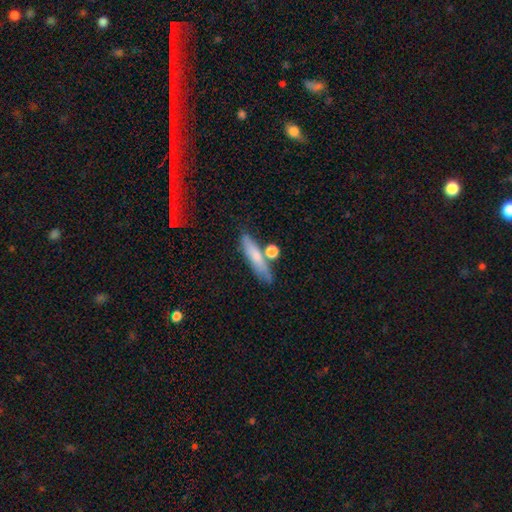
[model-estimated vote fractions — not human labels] smooth_or_featured: smooth (p=0.70) [alt: featured or disk p=0.23]
how_rounded: cigar-shaped (p=0.76) [alt: in between p=0.20]
merging: none (p=0.67) [alt: minor disturbance p=0.15]